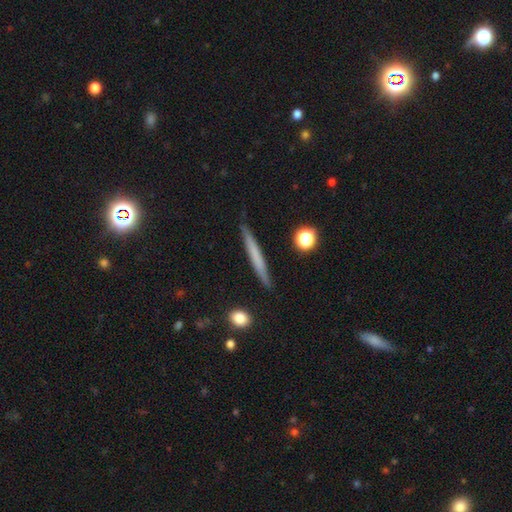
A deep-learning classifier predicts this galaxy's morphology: type=smooth (57%); roundness=cigar-shaped (96%); merging=none (88%).